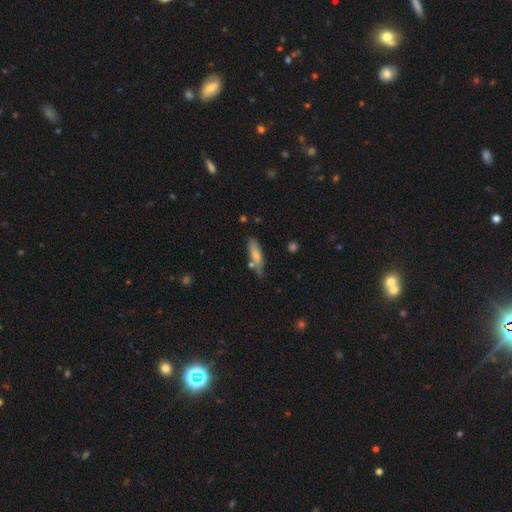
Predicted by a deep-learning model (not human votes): smooth 72%, featured or disk 21%, star or artifact 6%. Down the decision tree: how rounded — cigar-shaped (60%); merging — none (69%).